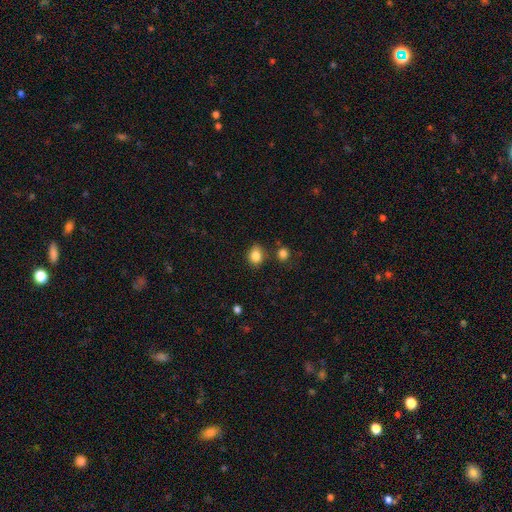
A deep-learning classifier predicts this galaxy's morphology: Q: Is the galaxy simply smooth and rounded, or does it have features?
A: smooth — 84%.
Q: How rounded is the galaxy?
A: round — 58%.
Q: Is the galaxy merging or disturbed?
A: none — 77%.